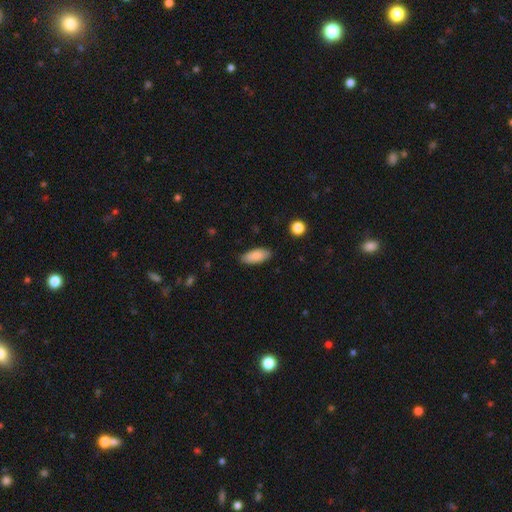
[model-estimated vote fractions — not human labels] A smooth galaxy with no disk features (87%) that is in between round and cigar-shaped (85%).

Vote fractions:
- Smooth or featured? smooth: 87% / featured or disk: 6% / star or artifact: 6%
- How rounded? in between: 85% / cigar-shaped: 14% / round: 2%
- Merging? none: 84% / minor disturbance: 13% / major disturbance: 2% / merger: 1%